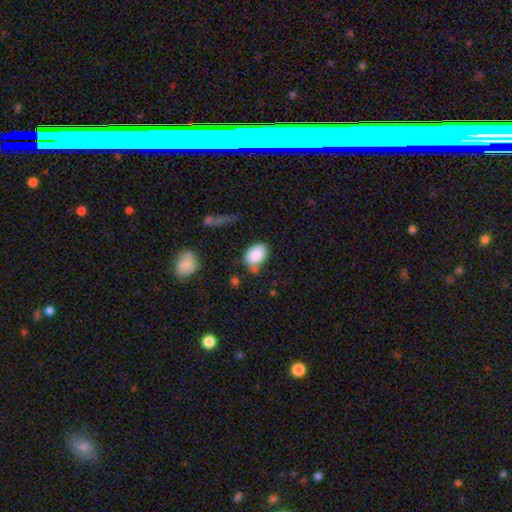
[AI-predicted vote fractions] Smooth or featured?
  - smooth: 86% *
  - star or artifact: 7%
  - featured or disk: 7%
How rounded?
  - in between: 82% *
  - round: 17%
  - cigar-shaped: 1%
Merging?
  - none: 54% *
  - minor disturbance: 30%
  - major disturbance: 9%
  - merger: 7%